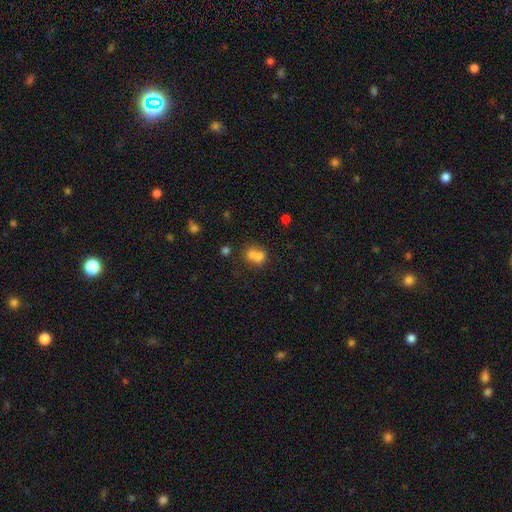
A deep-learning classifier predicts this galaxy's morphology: Overall: smooth (67%). How rounded: round (59%; in between 40%). Merging: merger (52%; none 32%).